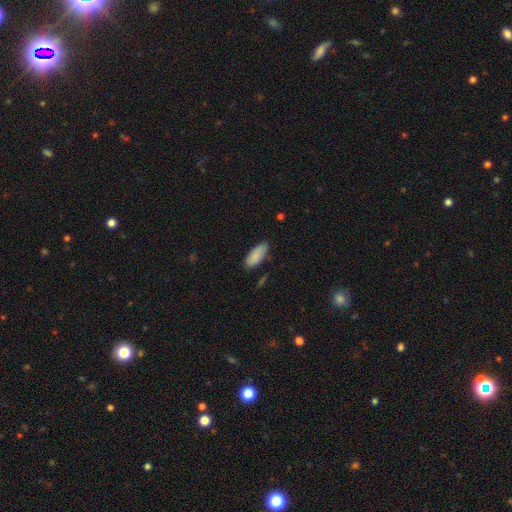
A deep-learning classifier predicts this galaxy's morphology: The model was most divided on "merging": none: 76%, minor disturbance: 18%, major disturbance: 3%, merger: 2%. More confident: smooth or featured — smooth (85%); how rounded — in between (83%).